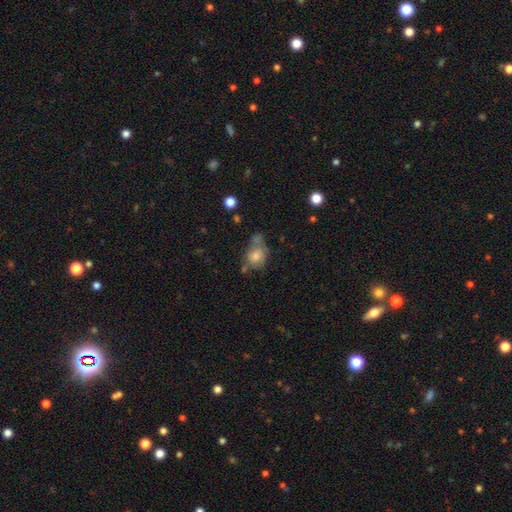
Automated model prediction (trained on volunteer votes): The model was most divided on "how rounded": round: 52%, in between: 46%, cigar-shaped: 2%. Remaining: smooth or featured — smooth (69%); merging — none (43%).